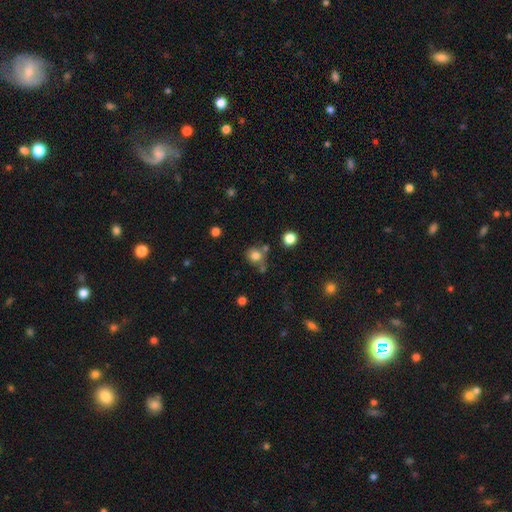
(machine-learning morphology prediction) The model was most divided on "merging": none: 61%, merger: 18%, minor disturbance: 15%, major disturbance: 6%. More confident: how rounded — round (83%); smooth or featured — smooth (78%).